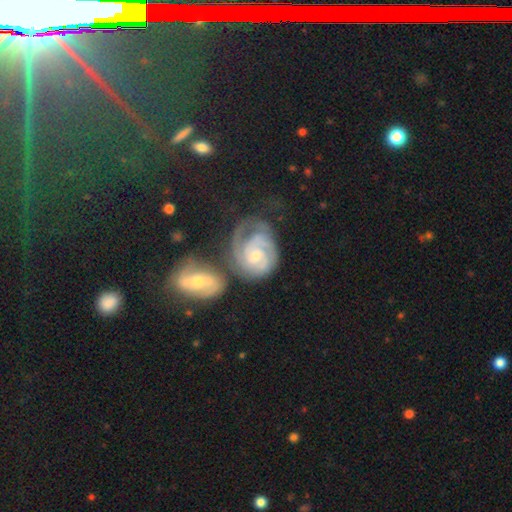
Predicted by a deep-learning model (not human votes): Smooth or featured? featured or disk (85%)
Edge-on disk? no (98%)
Bar? no (63%)
Spiral arms? yes (96%)
Spiral winding? tight (66%)
Spiral arm count? 3 (33%)
Bulge size? small (56%)
Merging? none (36%)